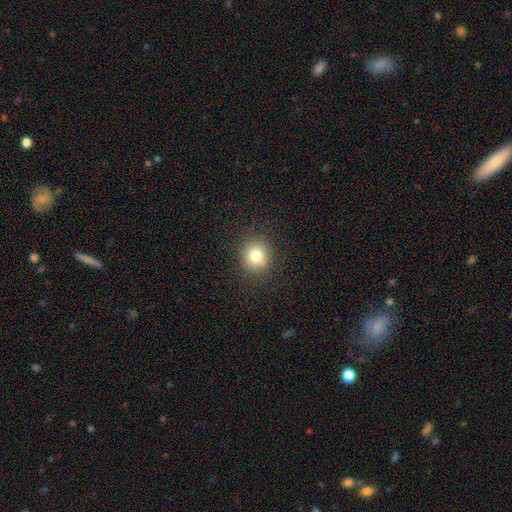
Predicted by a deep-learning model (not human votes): smooth_or_featured: smooth (p=0.77) [alt: star or artifact p=0.13]
how_rounded: round (p=0.84) [alt: in between p=0.15]
merging: none (p=0.84) [alt: minor disturbance p=0.10]